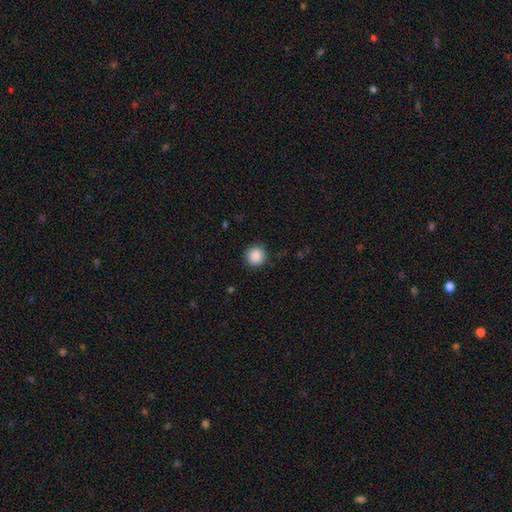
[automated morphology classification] Smooth or featured? smooth (88%)
How rounded? round (94%)
Merging? none (90%)